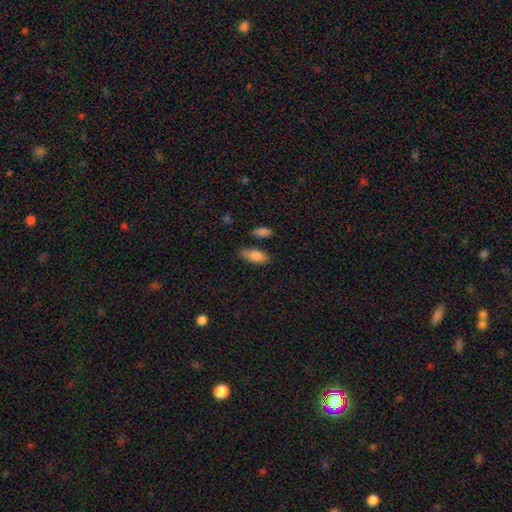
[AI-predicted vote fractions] A smooth galaxy with no disk features (85%) that is in between round and cigar-shaped (85%). Merging: none (75%).